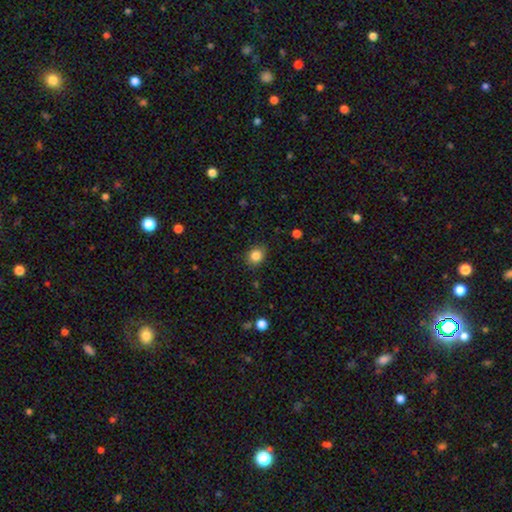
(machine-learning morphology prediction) This is clearly a smooth galaxy (85%). How rounded: likely round (67%). Merging: clearly none (84%).